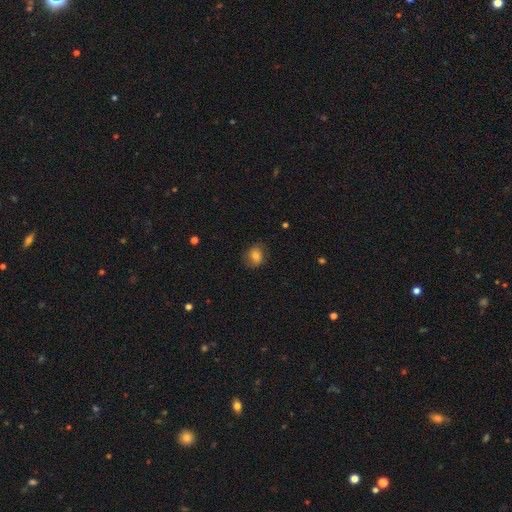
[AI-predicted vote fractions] smooth_or_featured: smooth (p=0.75) [alt: featured or disk p=0.14]
how_rounded: round (p=0.57) [alt: in between p=0.42]
merging: none (p=0.78) [alt: minor disturbance p=0.16]